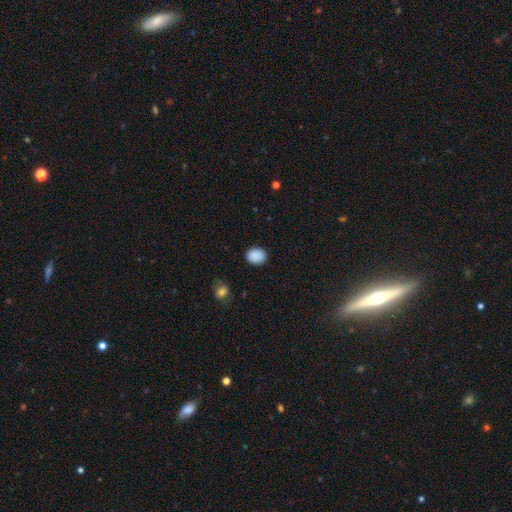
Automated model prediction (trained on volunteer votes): smooth-or-featured: smooth: 89% | star or artifact: 8% | featured or disk: 3%
  how-rounded: round: 54% | in between: 45% | cigar-shaped: 1%
  merging: none: 88% | minor disturbance: 8% | major disturbance: 2% | merger: 1%